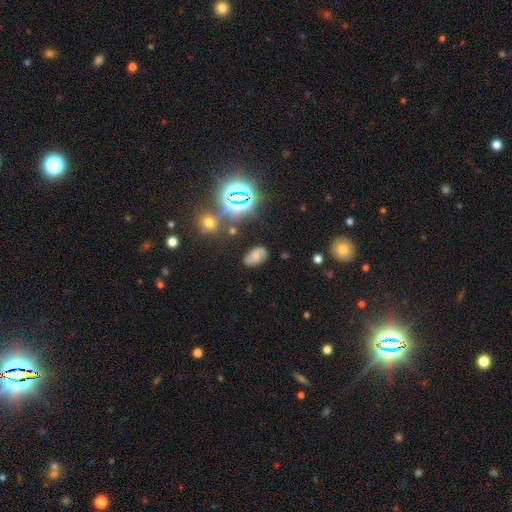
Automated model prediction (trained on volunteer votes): smooth 49%, featured or disk 31%, star or artifact 20%. Down the decision tree: merging — none (75%).